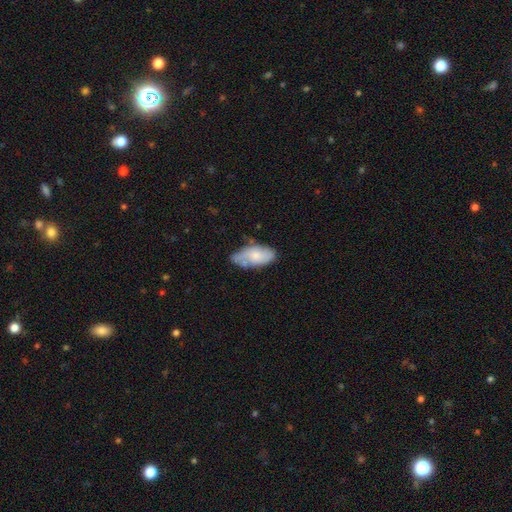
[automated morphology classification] A smooth galaxy with no disk features (63%) that is in between round and cigar-shaped (91%).

Vote fractions:
- Smooth or featured? smooth: 63% / featured or disk: 30% / star or artifact: 6%
- How rounded? in between: 91% / cigar-shaped: 7% / round: 2%
- Merging? none: 54% / minor disturbance: 34% / major disturbance: 8% / merger: 5%